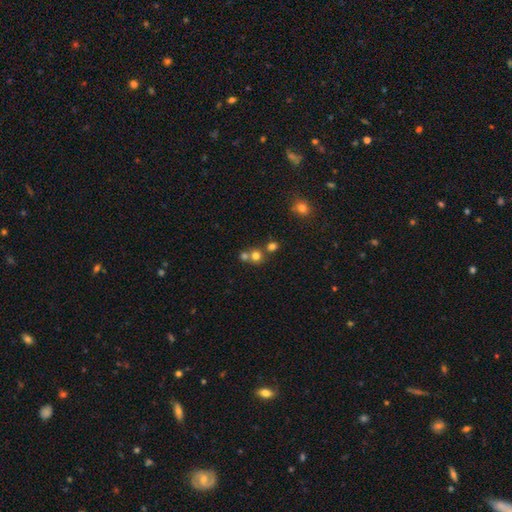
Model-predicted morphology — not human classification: This appears to be a smooth galaxy with no disk features (73%) that is round (87%). Merging: none (50%).